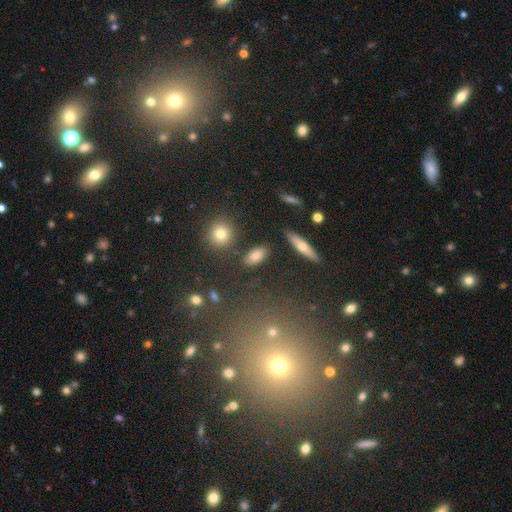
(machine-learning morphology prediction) Overall: smooth (73%). How rounded: in between (73%). Merging: none (86%).